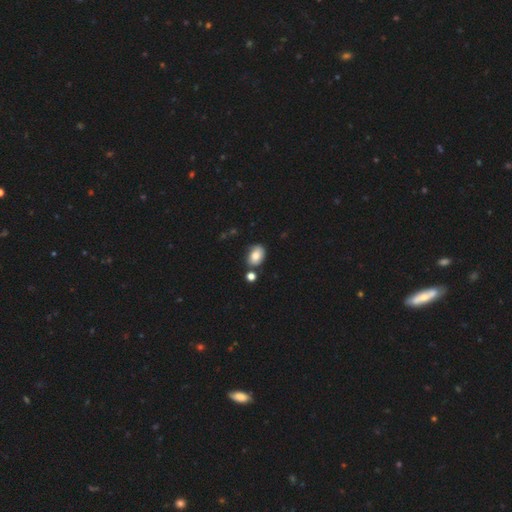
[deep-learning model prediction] Smooth or featured? smooth (81%)
How rounded? in between (83%)
Merging? none (66%)